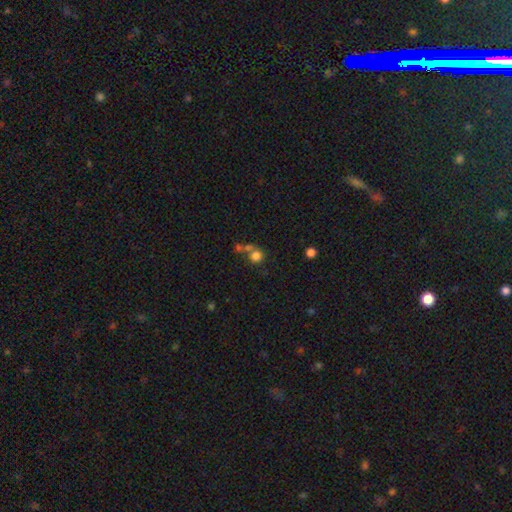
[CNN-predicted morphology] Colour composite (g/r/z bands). It shows a smooth galaxy with no disk features (77%) that is round (87%). Merging: none (50%).